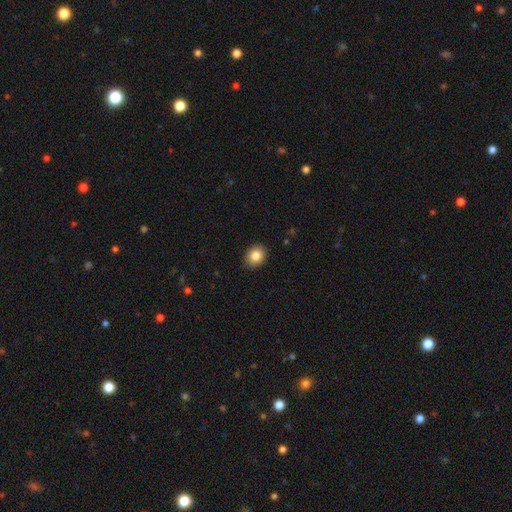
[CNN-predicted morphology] Q: Smooth or featured?
A: smooth (84%); runner-up: star or artifact (9%)
Q: How rounded?
A: round (55%); runner-up: in between (44%)
Q: Merging?
A: none (89%); runner-up: minor disturbance (8%)